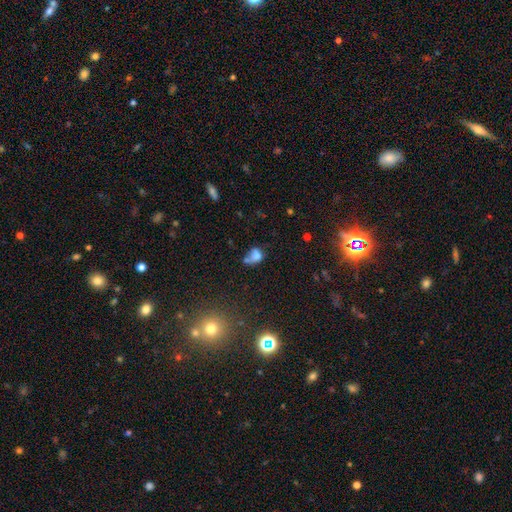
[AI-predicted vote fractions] smooth-or-featured: smooth: 65% | featured or disk: 19% | star or artifact: 16%
  how-rounded: in between: 69% | round: 29% | cigar-shaped: 2%
  merging: merger: 36% | none: 25% | major disturbance: 20% | minor disturbance: 19%